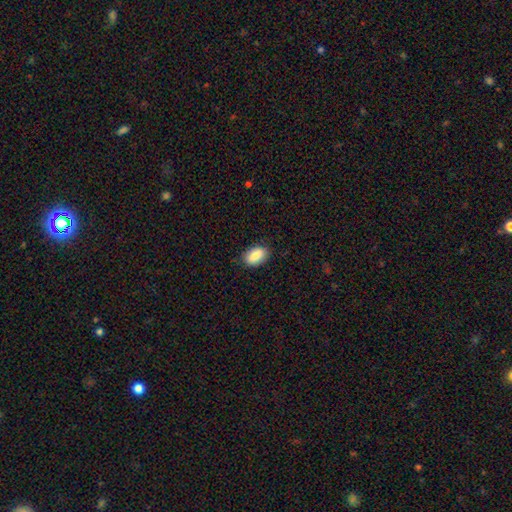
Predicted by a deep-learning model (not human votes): smooth 85%, featured or disk 8%, star or artifact 7%. Down the decision tree: how rounded — in between (90%); merging — none (85%).